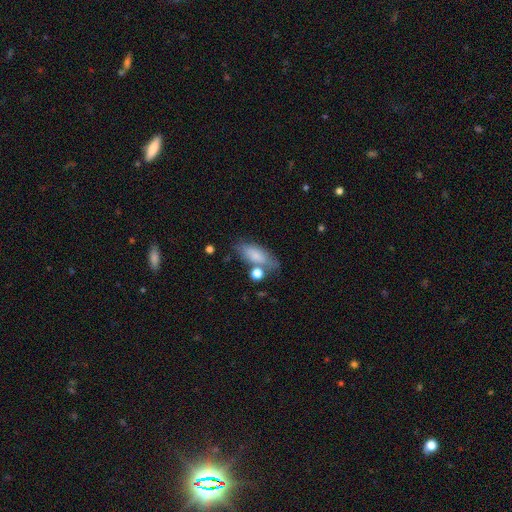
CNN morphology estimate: Smooth or featured? Predicted: smooth (p=0.79). How rounded? Predicted: in between (p=0.77). Merging? Predicted: none (p=0.60).